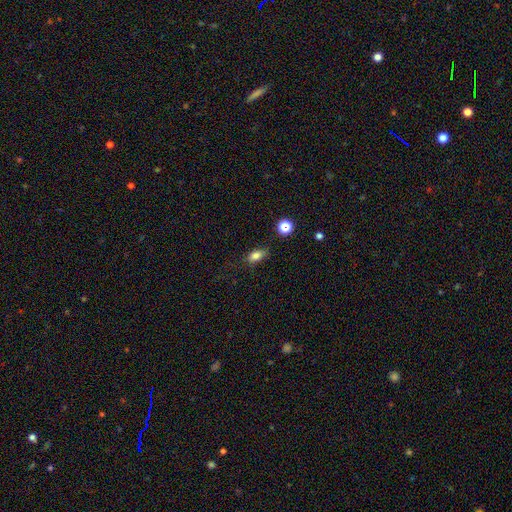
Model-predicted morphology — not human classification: Smooth or featured? smooth (81%)
How rounded? in between (81%)
Merging? none (76%)